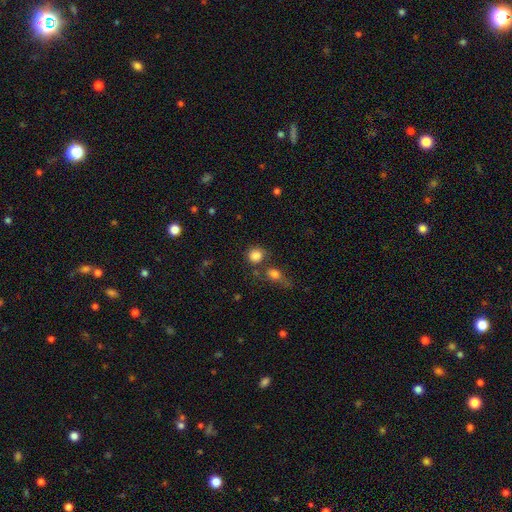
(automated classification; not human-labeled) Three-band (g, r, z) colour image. It shows a smooth galaxy with no disk features (83%) that is round (84%). Merging: none (64%).